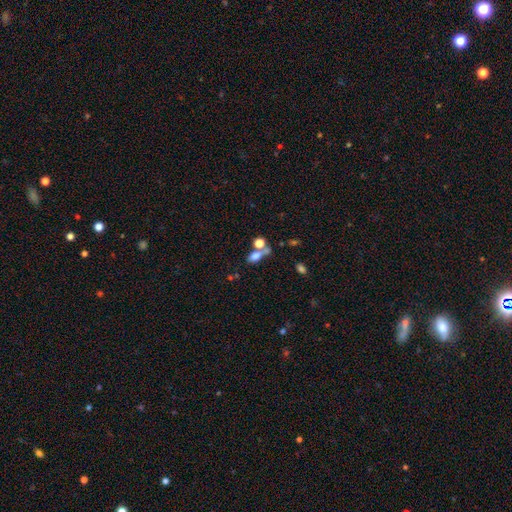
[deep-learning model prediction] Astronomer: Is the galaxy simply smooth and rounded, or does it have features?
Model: smooth — 71%.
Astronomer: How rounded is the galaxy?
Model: in between — 74%.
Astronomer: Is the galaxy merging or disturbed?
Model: merger — 43% (runner-up: none, 39%).